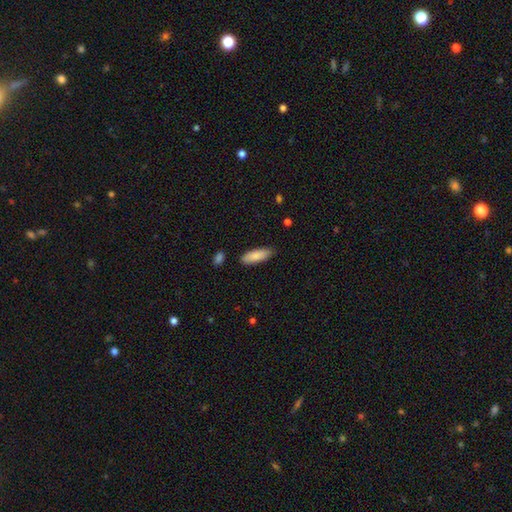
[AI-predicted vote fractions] Smooth or featured: smooth — 86% (featured or disk — 8%)
How rounded: in between — 59% (cigar-shaped — 40%)
Merging: none — 85% (minor disturbance — 11%)